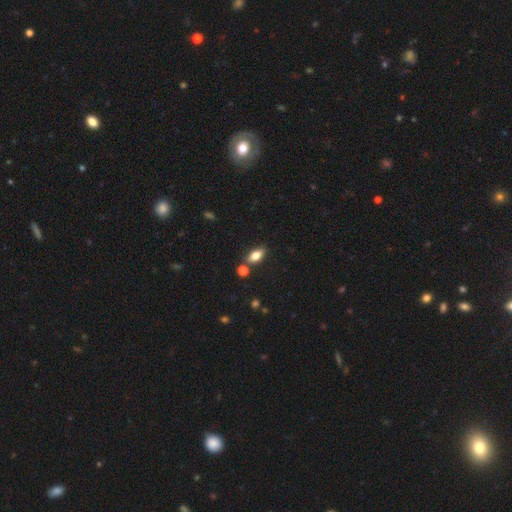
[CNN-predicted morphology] Smooth or featured? Predicted: smooth (p=0.74). How rounded? Predicted: in between (p=0.85). Merging? Predicted: none (p=0.75).